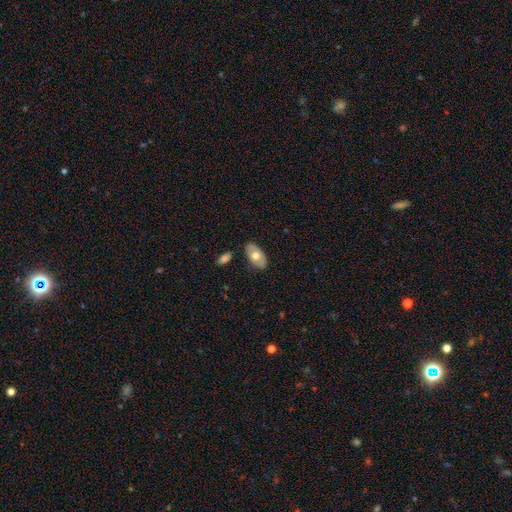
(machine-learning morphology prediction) smooth_or_featured: smooth (p=0.60) [alt: featured or disk p=0.34]
how_rounded: in between (p=0.94) [alt: round p=0.04]
merging: none (p=0.81) [alt: minor disturbance p=0.13]